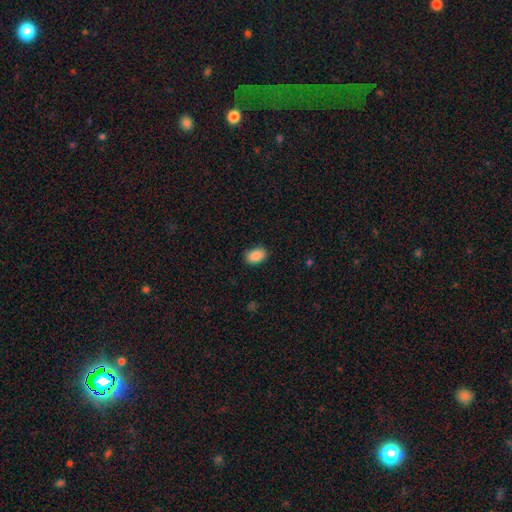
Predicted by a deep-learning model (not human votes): smooth-or-featured: smooth: 89% | star or artifact: 8% | featured or disk: 3%
  how-rounded: in between: 85% | round: 14% | cigar-shaped: 1%
  merging: none: 84% | minor disturbance: 12% | major disturbance: 3% | merger: 1%